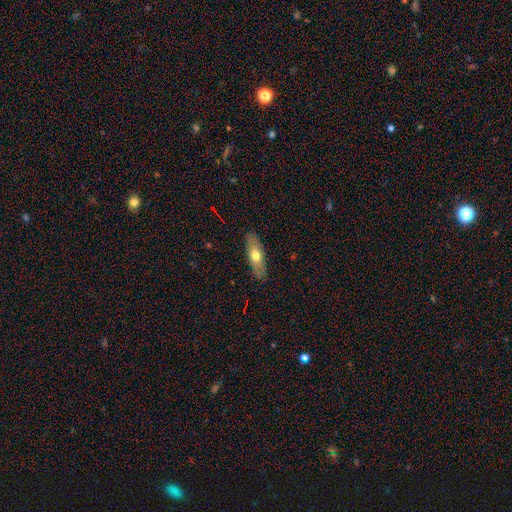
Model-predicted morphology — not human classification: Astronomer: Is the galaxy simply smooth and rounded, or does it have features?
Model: smooth — 62%.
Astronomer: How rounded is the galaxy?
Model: in between — 57% (runner-up: cigar-shaped, 40%).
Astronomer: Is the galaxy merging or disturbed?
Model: none — 87%.